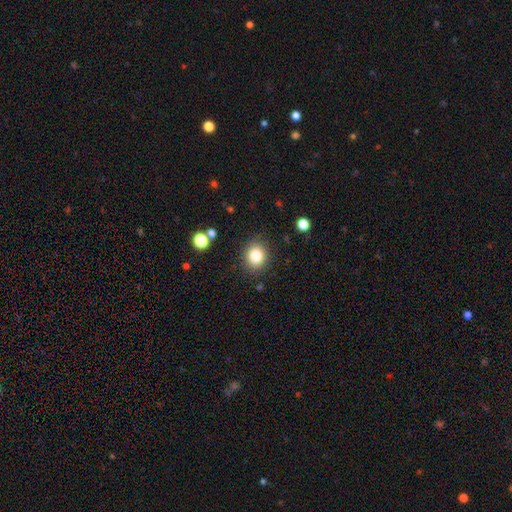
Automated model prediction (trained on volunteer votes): Morphology: type=smooth (83%); roundness=round (70%); merging=none (86%).